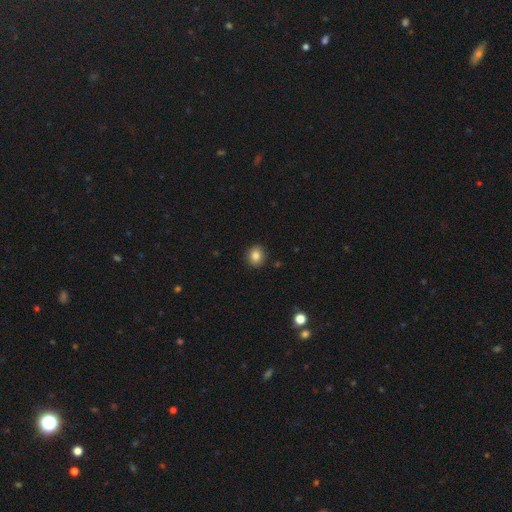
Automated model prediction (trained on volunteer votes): Smooth or featured? Predicted: smooth (p=0.83). How rounded? Predicted: round (p=0.78). Merging? Predicted: none (p=0.91).